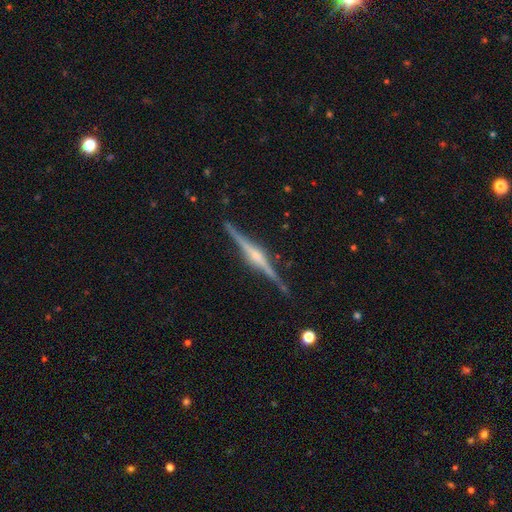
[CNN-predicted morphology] featured or disk 87%, smooth 7%, star or artifact 6%. Down the decision tree: edge-on disk — yes (98%); edge-on bulge — rounded (79%); merging — none (89%).